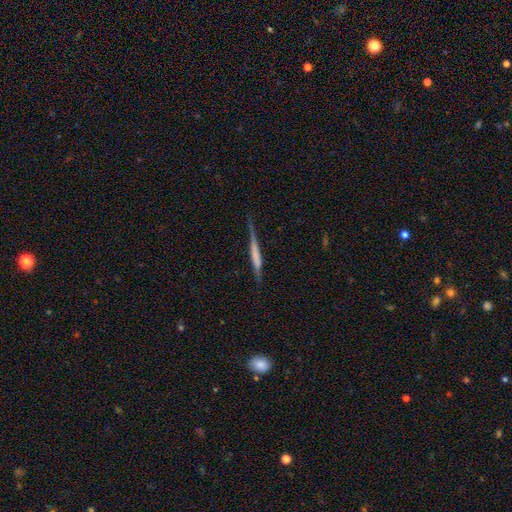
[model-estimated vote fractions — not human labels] Q: Smooth or featured?
A: featured or disk (51%); runner-up: smooth (43%)
Q: Edge-on disk?
A: yes (95%); runner-up: no (5%)
Q: Merging?
A: none (73%); runner-up: minor disturbance (19%)